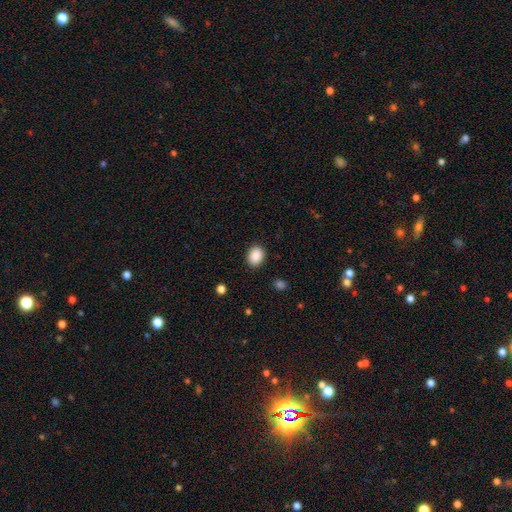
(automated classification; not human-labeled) A smooth galaxy with no disk features (89%) that is in between round and cigar-shaped (61%).

Vote fractions:
- Smooth or featured? smooth: 89% / star or artifact: 8% / featured or disk: 3%
- How rounded? in between: 61% / round: 38% / cigar-shaped: 1%
- Merging? none: 88% / minor disturbance: 8% / major disturbance: 2% / merger: 1%